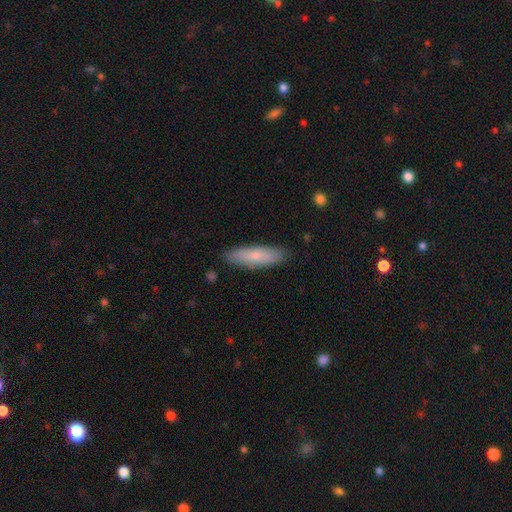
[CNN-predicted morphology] This appears to be a smooth galaxy with no disk features (75%) that is cigar-shaped (65%). Merging: none (86%).